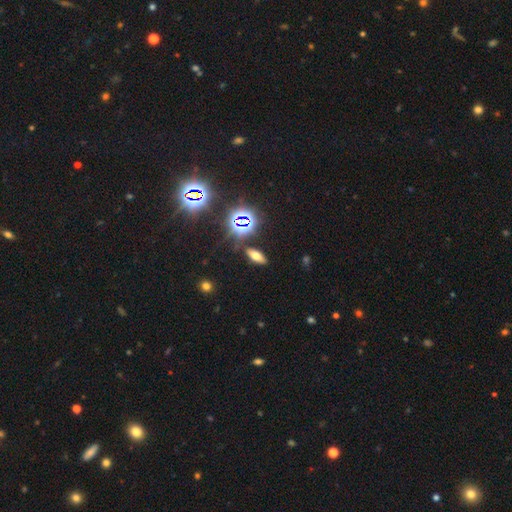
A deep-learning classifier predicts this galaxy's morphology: This is possibly a smooth galaxy (50%). How rounded: likely in between (73%). Merging: clearly none (86%).